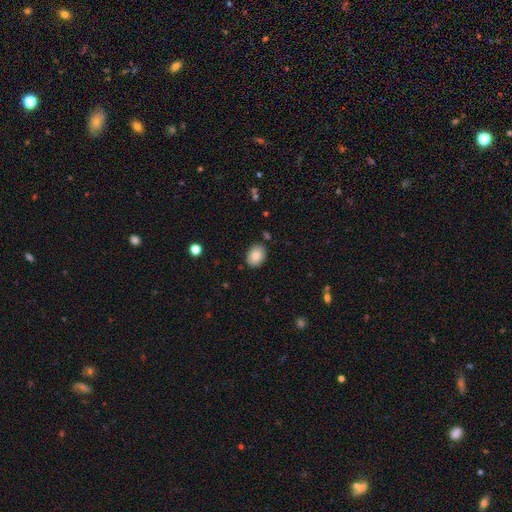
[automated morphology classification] Q: Smooth or featured?
A: smooth (85%); runner-up: star or artifact (7%)
Q: How rounded?
A: in between (72%); runner-up: round (27%)
Q: Merging?
A: none (86%); runner-up: minor disturbance (10%)